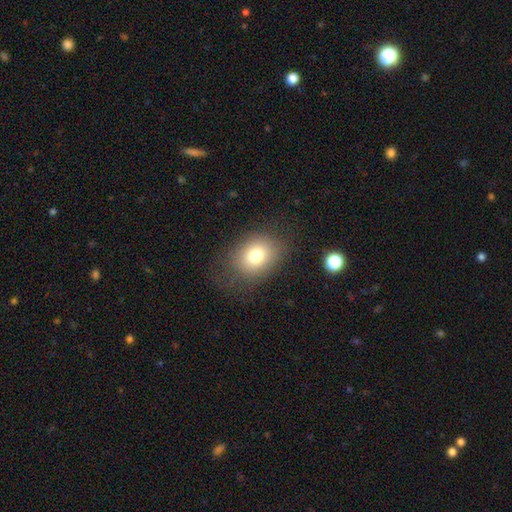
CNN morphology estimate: A smooth galaxy with no disk features (76%) that is in between round and cigar-shaped (57%). Merging: none (74%).